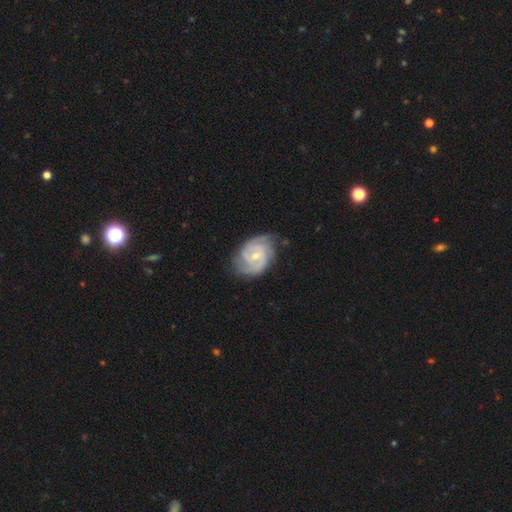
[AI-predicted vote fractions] featured or disk 82%, smooth 13%, star or artifact 5%. Down the decision tree: edge-on disk — no (98%); bar — no (55%); spiral arms — yes (94%); spiral arm count — 2 (54%); spiral winding — tight (54%); bulge size — small (57%); merging — none (68%).